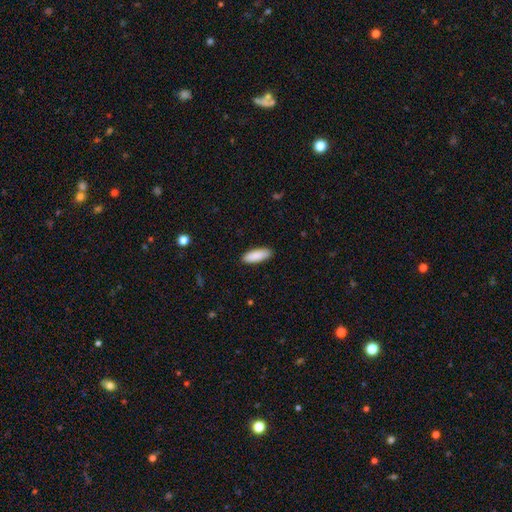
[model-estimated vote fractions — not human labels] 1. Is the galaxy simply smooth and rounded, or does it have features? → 90% smooth, 6% star or artifact, 5% featured or disk.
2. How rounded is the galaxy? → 67% in between, 31% cigar-shaped, 2% round.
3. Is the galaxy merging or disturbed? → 88% none, 9% minor disturbance, 2% major disturbance, 1% merger.